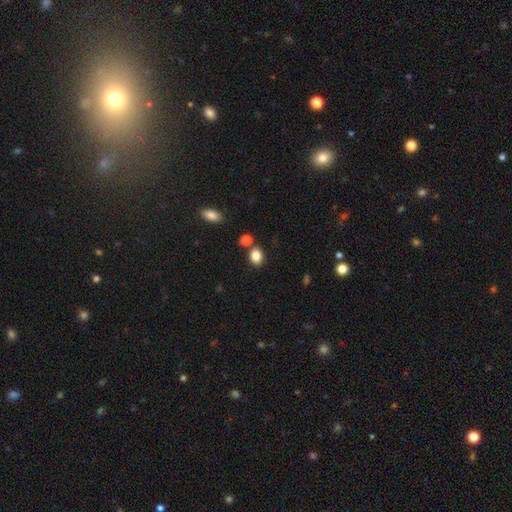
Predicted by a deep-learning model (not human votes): Smooth or featured? Predicted: smooth (p=0.85). How rounded? Predicted: in between (p=0.54). Merging? Predicted: none (p=0.74).